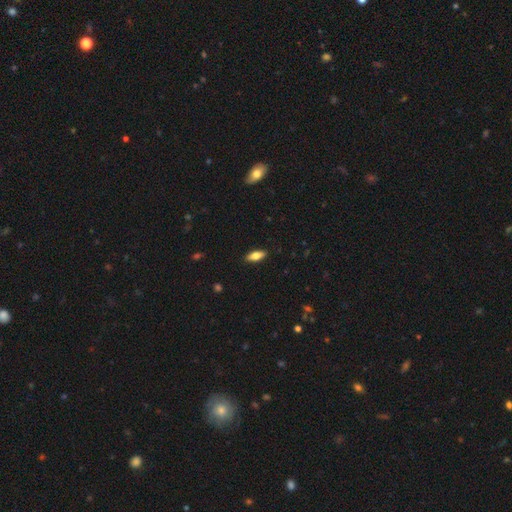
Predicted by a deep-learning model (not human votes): Smooth or featured? Predicted: smooth (p=0.74). How rounded? Predicted: in between (p=0.76). Merging? Predicted: none (p=0.89).